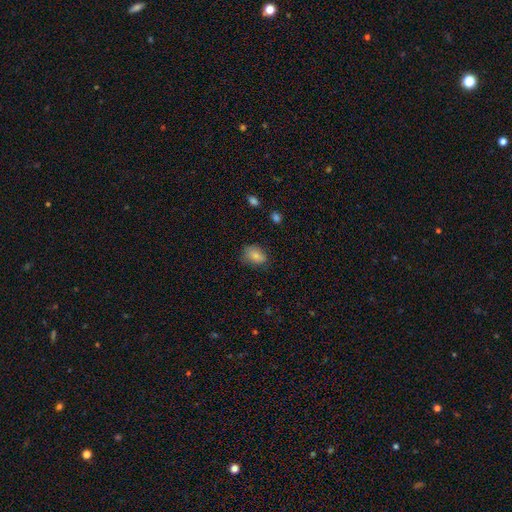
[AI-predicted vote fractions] This is clearly a smooth galaxy (83%). How rounded: clearly in between (82%). Merging: likely none (68%).